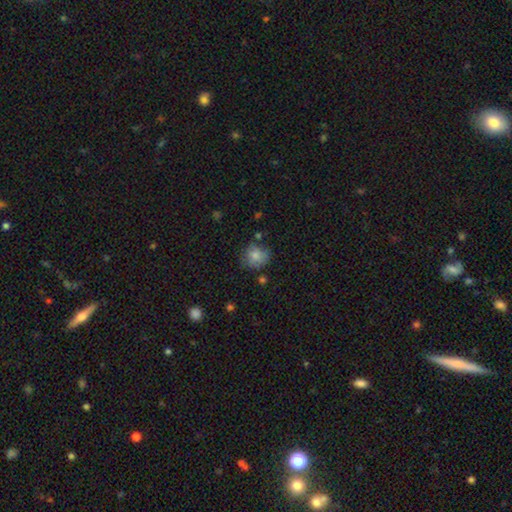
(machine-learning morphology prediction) Smooth or featured? smooth (79%)
How rounded? round (75%)
Merging? none (65%)